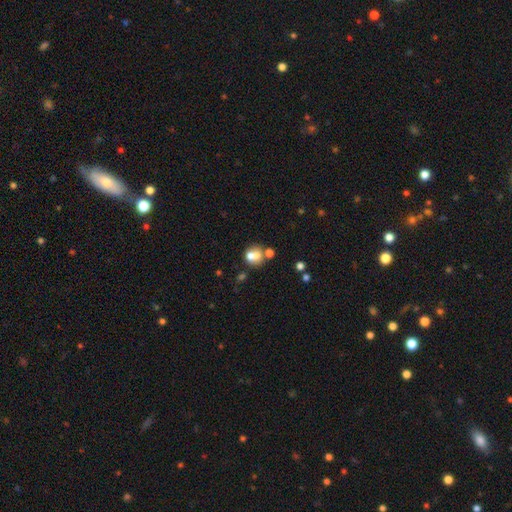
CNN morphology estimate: Q: Smooth or featured?
A: smooth (65%); runner-up: featured or disk (22%)
Q: How rounded?
A: round (71%); runner-up: in between (28%)
Q: Merging?
A: merger (48%); runner-up: none (38%)